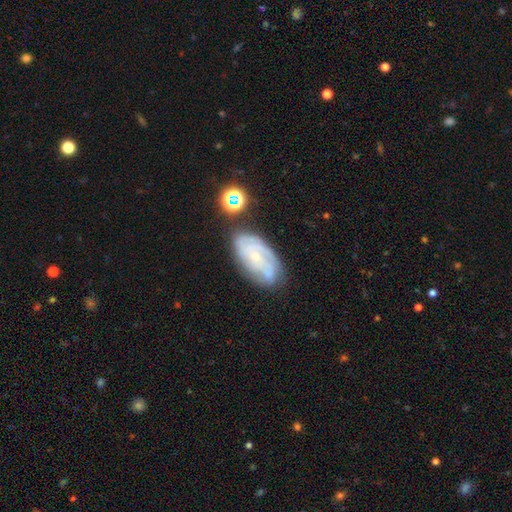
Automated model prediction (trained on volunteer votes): Smooth or featured?
  - featured or disk: 71% *
  - smooth: 20%
  - star or artifact: 9%
Edge-on disk?
  - no: 94% *
  - yes: 6%
Bar?
  - no: 73% *
  - weak: 23%
  - strong: 4%
Spiral arms?
  - yes: 88% *
  - no: 12%
Spiral winding?
  - tight: 59% *
  - medium: 32%
  - loose: 9%
Spiral arm count?
  - can't tell: 43% *
  - 2: 21%
  - 3: 19%
  - 4: 9%
  - 1: 5%
  - more than 4: 4%
Bulge size?
  - small: 75% *
  - moderate: 18%
  - none: 4%
  - large: 1%
  - dominant: 1%
Merging?
  - none: 65% *
  - minor disturbance: 22%
  - major disturbance: 7%
  - merger: 5%